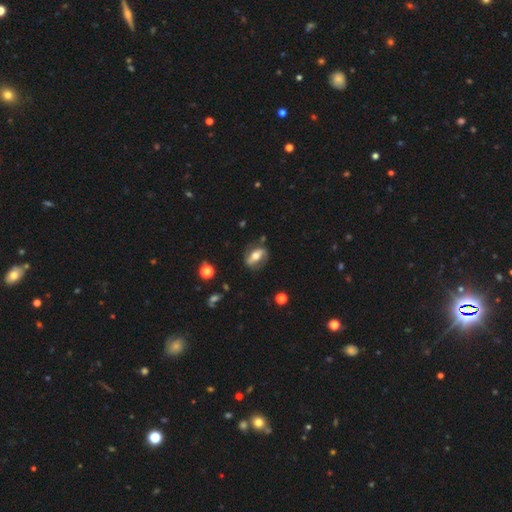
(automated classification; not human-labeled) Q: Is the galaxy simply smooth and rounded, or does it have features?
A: featured or disk — 63%.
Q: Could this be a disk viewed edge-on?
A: no — 79%.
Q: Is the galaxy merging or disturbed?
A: none — 73%.